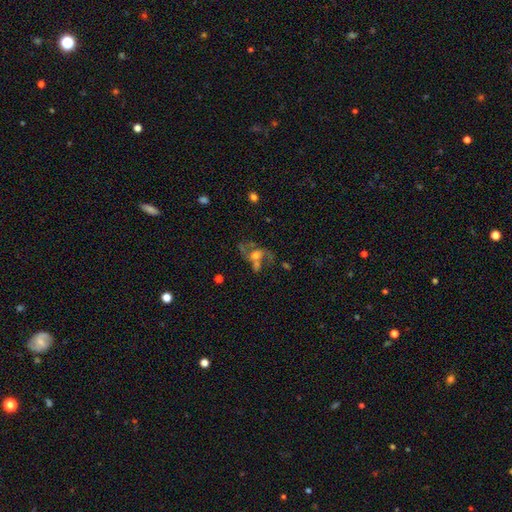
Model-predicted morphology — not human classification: This is possibly a featured or disk galaxy (57%). It is clearly not viewed edge-on (93%). Bar: likely no (71%). Spiral arm pattern: possibly yes (60%). Central bulge: possibly moderate (54%). Merging: marginally none (32%, tied with merger).